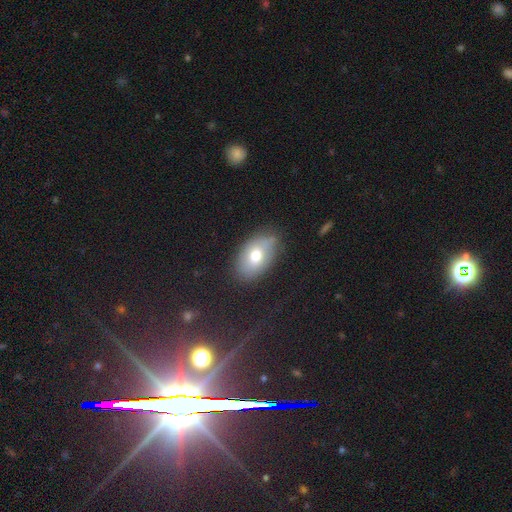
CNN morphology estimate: This appears to be a smooth galaxy with no disk features (70%) that is in between round and cigar-shaped (89%). Merging: none (74%).